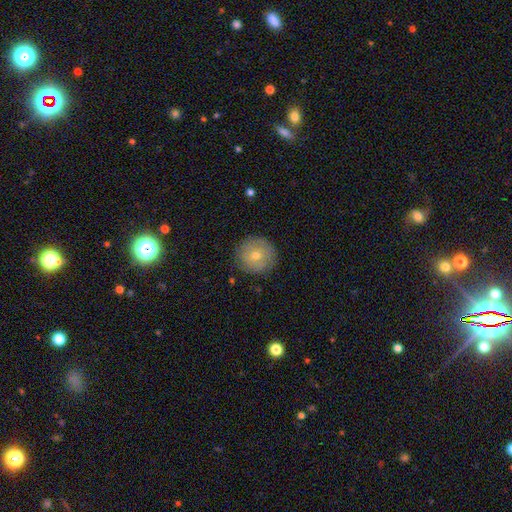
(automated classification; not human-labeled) Smooth or featured? Predicted: smooth (p=0.54). How rounded? Predicted: round (p=0.94). Merging? Predicted: none (p=0.86).